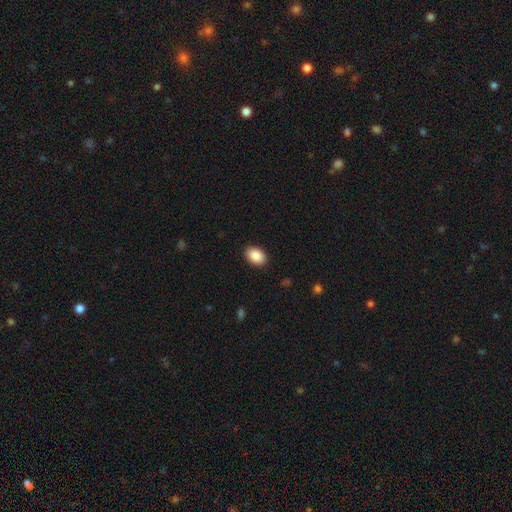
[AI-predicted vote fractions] This is clearly a smooth galaxy (89%). How rounded: clearly in between (82%). Merging: clearly none (90%).